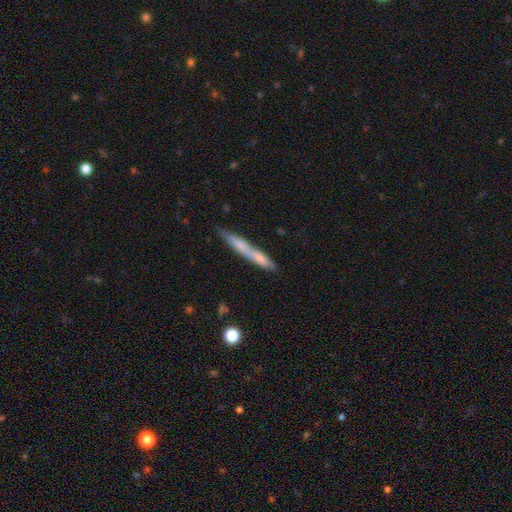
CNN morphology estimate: Smooth or featured? smooth (56%)
How rounded? cigar-shaped (92%)
Merging? none (56%)